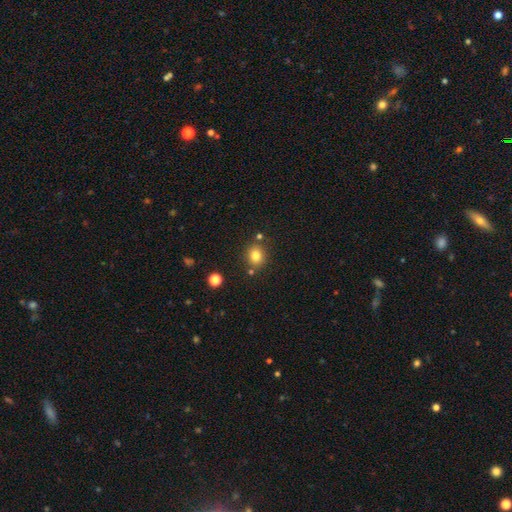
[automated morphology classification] smooth 80%, star or artifact 13%, featured or disk 7%. Down the decision tree: how rounded — round (75%); merging — none (80%).